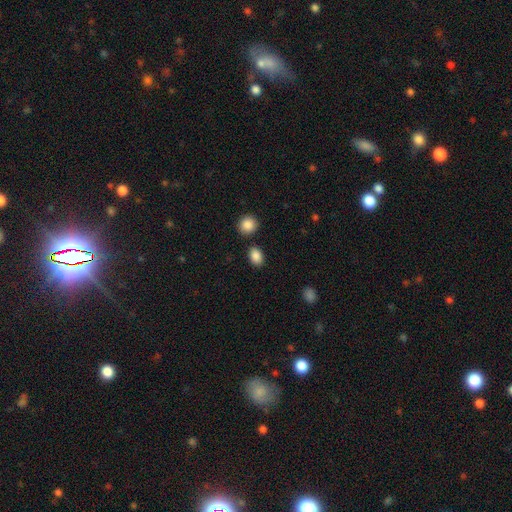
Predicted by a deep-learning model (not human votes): This appears to be a smooth galaxy with no disk features (88%) that is in between round and cigar-shaped (74%). Merging: none (82%).